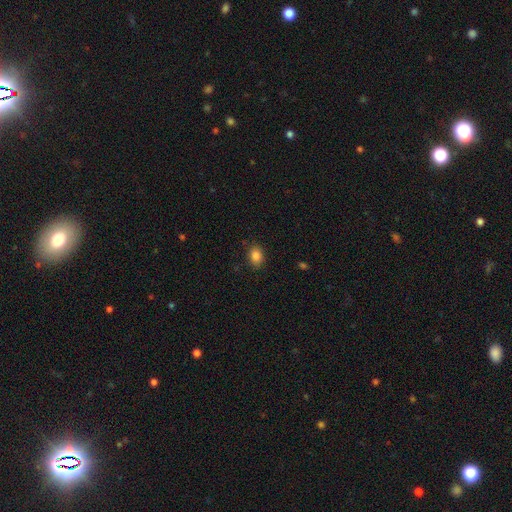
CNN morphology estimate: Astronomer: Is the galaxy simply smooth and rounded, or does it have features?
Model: smooth — 86%.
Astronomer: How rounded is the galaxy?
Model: in between — 71%.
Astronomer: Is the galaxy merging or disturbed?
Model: none — 86%.